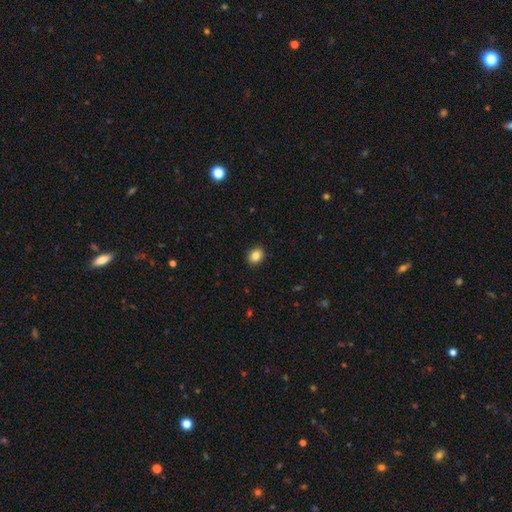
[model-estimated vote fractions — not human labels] This is clearly a smooth galaxy (85%). How rounded: possibly in between (50%). Merging: clearly none (90%).